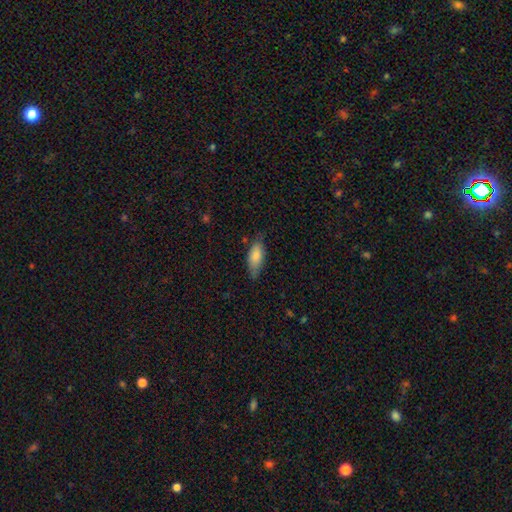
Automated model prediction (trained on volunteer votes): Smooth or featured? smooth (81%)
How rounded? in between (81%)
Merging? none (65%)